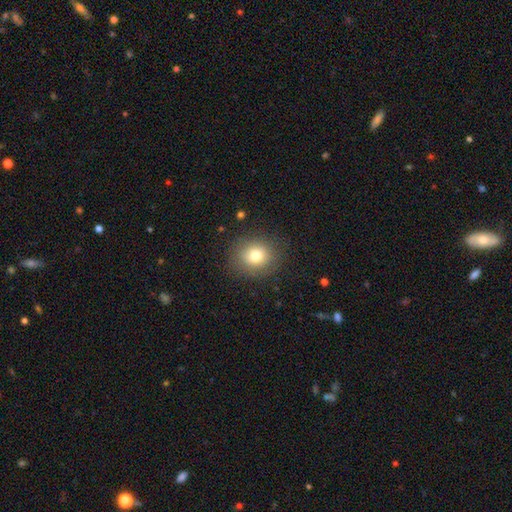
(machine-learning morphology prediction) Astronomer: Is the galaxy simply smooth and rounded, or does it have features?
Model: smooth — 76%.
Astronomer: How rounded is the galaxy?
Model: round — 79%.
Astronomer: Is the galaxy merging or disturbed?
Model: none — 84%.